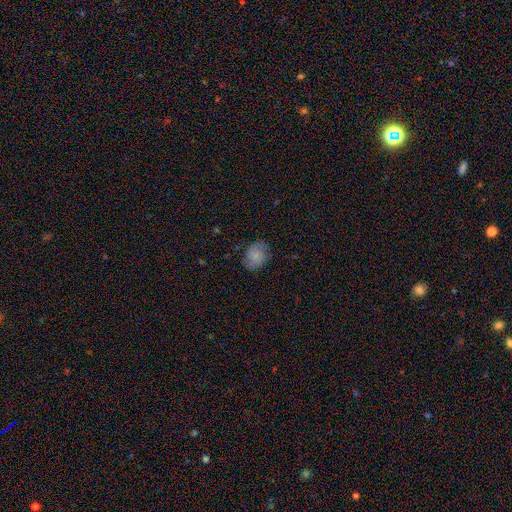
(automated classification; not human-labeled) Smooth or featured: smooth — 79% (featured or disk — 13%)
How rounded: in between — 52% (round — 47%)
Merging: none — 77% (minor disturbance — 18%)